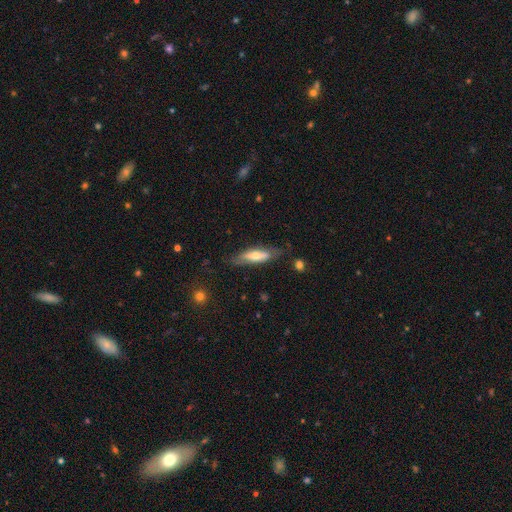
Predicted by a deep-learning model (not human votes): Morphology: type=featured or disk (47%, tied with smooth); merging=none (70%).